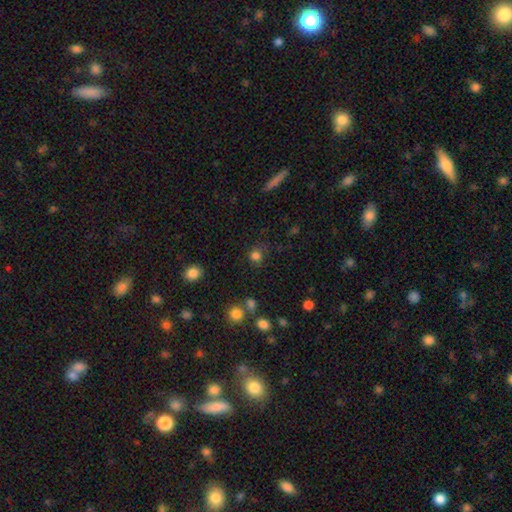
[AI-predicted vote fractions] Q: Smooth or featured?
A: smooth (79%); runner-up: star or artifact (16%)
Q: How rounded?
A: round (85%); runner-up: in between (14%)
Q: Merging?
A: none (72%); runner-up: minor disturbance (16%)